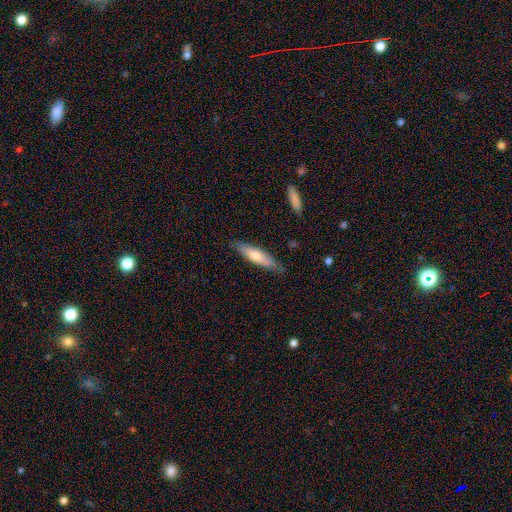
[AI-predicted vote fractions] smooth_or_featured: smooth (p=0.64) [alt: featured or disk p=0.30]
how_rounded: cigar-shaped (p=0.77) [alt: in between p=0.22]
merging: none (p=0.81) [alt: minor disturbance p=0.15]